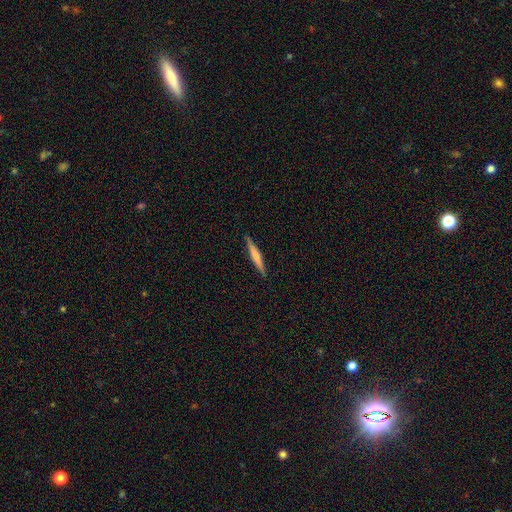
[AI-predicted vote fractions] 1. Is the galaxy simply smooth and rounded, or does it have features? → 56% smooth, 38% featured or disk, 6% star or artifact.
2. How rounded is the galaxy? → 95% cigar-shaped, 4% in between, 1% round.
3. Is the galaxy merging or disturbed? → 90% none, 7% minor disturbance, 1% major disturbance, 1% merger.